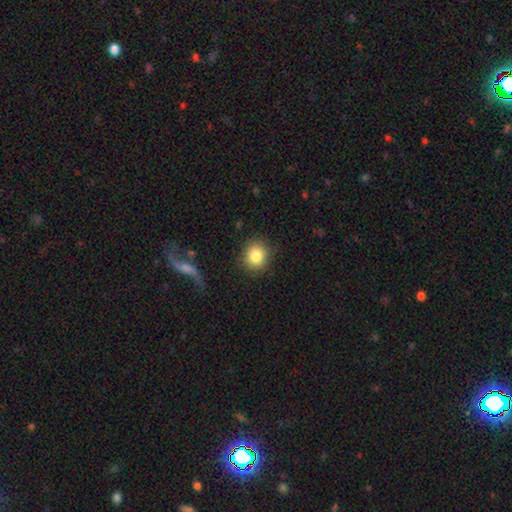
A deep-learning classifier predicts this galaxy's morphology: Smooth or featured? Predicted: smooth (p=0.84). How rounded? Predicted: round (p=0.79). Merging? Predicted: none (p=0.85).